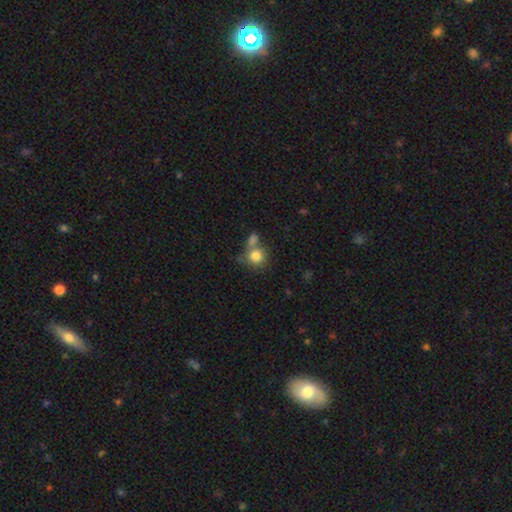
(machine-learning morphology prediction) Overall: smooth (82%). How rounded: round (85%). Merging: none (46%; merger 38%).